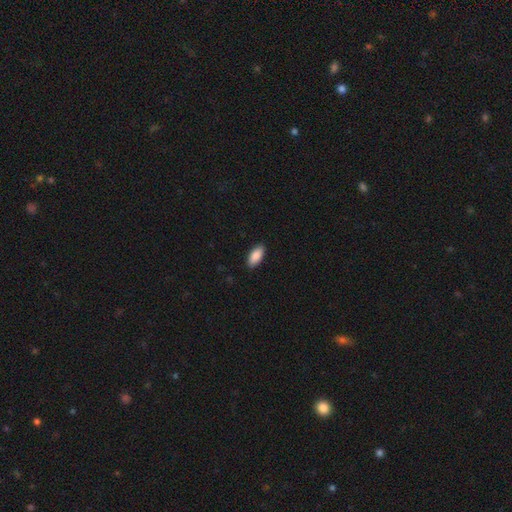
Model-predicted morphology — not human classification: The model was most divided on "how rounded": in between: 89%, cigar-shaped: 9%, round: 2%. More confident: merging — none (89%); smooth or featured — smooth (89%).